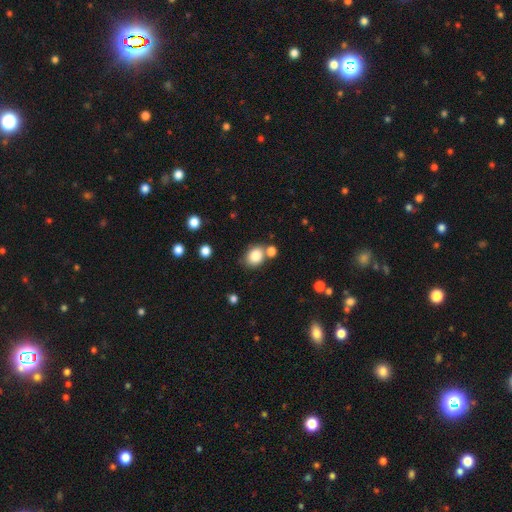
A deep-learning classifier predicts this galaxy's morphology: This appears to be a smooth galaxy with no disk features (83%) that is round (56%). Merging: none (65%).